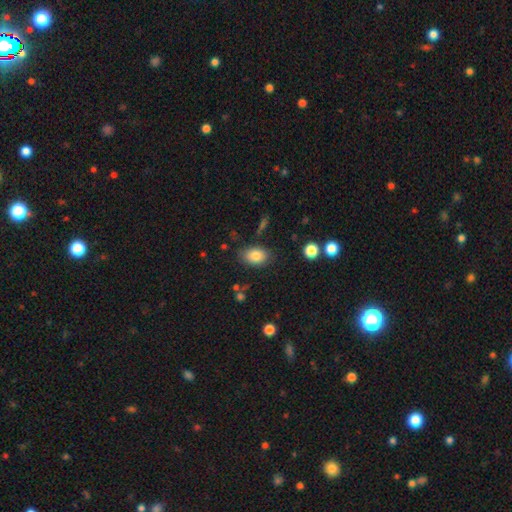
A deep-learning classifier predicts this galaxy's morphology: Overall: smooth (81%). How rounded: in between (82%). Merging: none (81%).